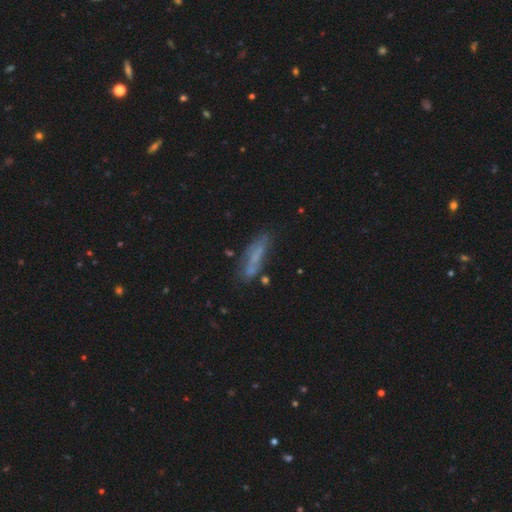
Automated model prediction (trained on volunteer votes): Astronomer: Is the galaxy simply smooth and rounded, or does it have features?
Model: smooth — 54% (runner-up: featured or disk, 36%).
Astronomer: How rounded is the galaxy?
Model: cigar-shaped — 72%.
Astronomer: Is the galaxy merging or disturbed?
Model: none — 61%.